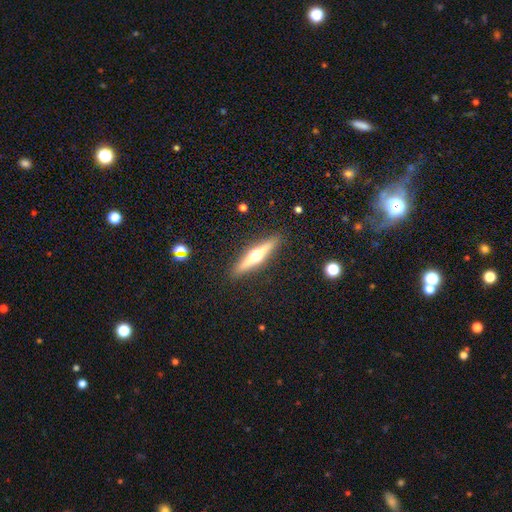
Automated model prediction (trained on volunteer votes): Overall: featured or disk (66%; smooth 28%). Edge-on disk: yes (97%). Edge-on bulge: rounded (95%). Merging: none (91%).